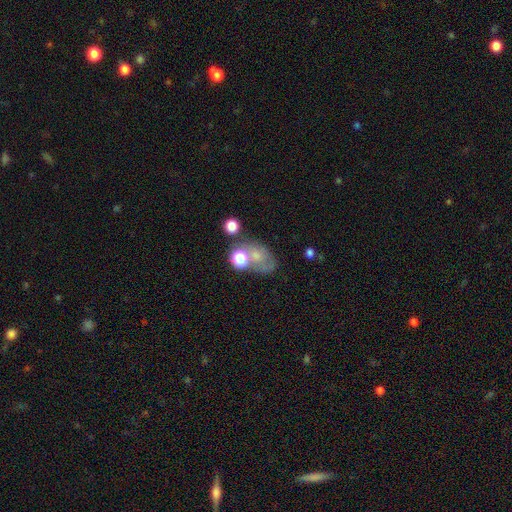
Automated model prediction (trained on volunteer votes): Overall: smooth (53%; featured or disk 29%). How rounded: in between (67%; round 31%). Merging: none (33%; merger 29%).